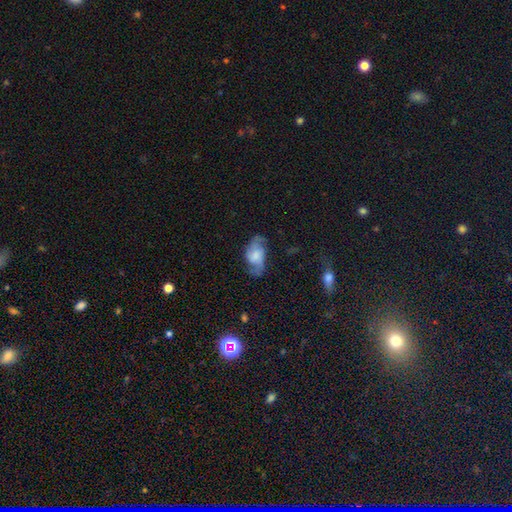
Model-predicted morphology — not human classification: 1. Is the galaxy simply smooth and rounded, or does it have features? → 65% featured or disk, 27% smooth, 8% star or artifact.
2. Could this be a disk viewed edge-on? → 95% no, 5% yes.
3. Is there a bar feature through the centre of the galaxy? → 62% no, 31% weak, 6% strong.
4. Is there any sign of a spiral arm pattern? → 91% yes, 9% no.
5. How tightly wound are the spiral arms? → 43% loose, 42% medium, 15% tight.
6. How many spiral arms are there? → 86% 2, 6% can't tell, 3% 1, 2% 3, 1% 4, 1% more than 4.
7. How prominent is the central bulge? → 33% moderate, 28% small, 21% large, 15% none, 4% dominant.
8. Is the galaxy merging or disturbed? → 64% none, 22% minor disturbance, 13% major disturbance, 2% merger.